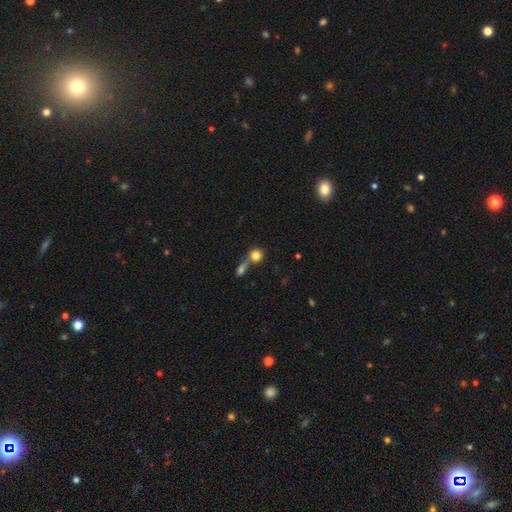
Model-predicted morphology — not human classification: Smooth or featured: smooth — 80% (star or artifact — 10%)
How rounded: round — 85% (in between — 13%)
Merging: merger — 48% (none — 39%)